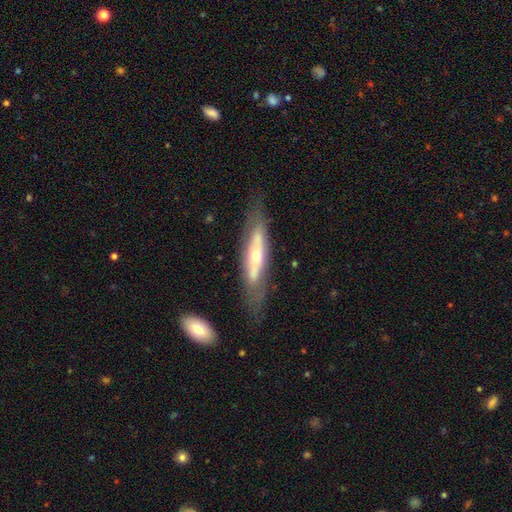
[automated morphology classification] Overall: featured or disk (63%; smooth 31%). Edge-on disk: no (52%; yes 48%). Merging: none (70%).